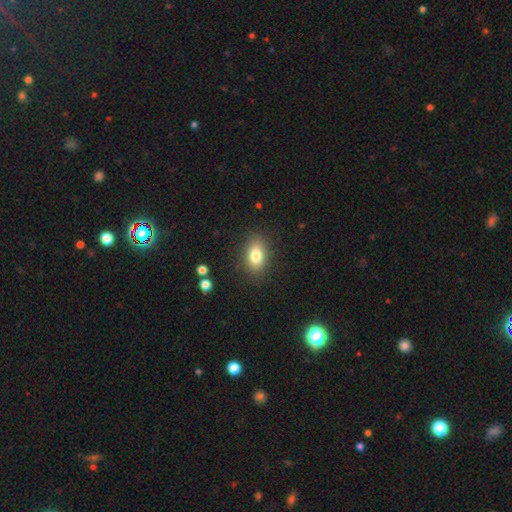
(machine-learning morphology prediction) A smooth galaxy with no disk features (80%) that is in between round and cigar-shaped (84%). Merging: none (86%).